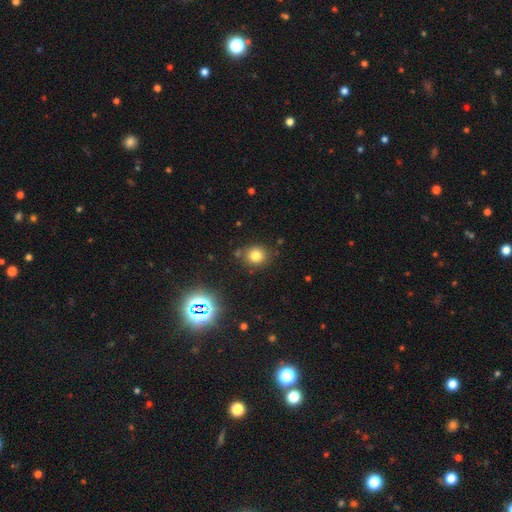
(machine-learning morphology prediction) smooth 75%, star or artifact 17%, featured or disk 8%. Down the decision tree: how rounded — round (83%); merging — none (82%).